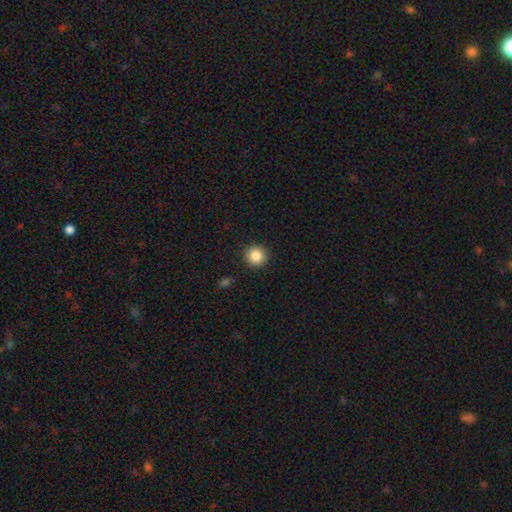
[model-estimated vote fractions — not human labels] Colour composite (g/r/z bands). It shows a smooth galaxy with no disk features (86%) that is round (94%). Merging: none (92%).